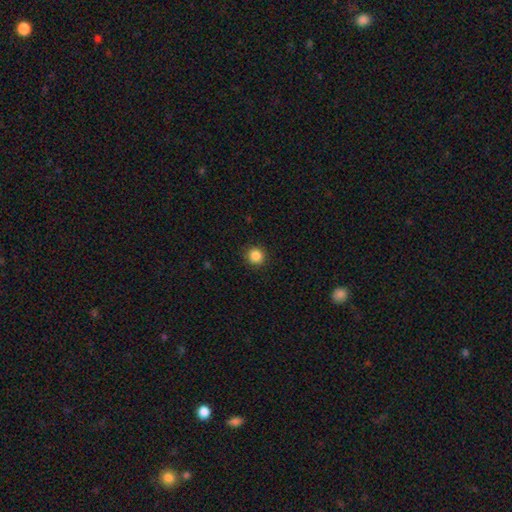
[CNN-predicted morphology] The model was most divided on "smooth or featured": smooth: 86%, star or artifact: 11%, featured or disk: 3%. More confident: how rounded — round (93%); merging — none (92%).